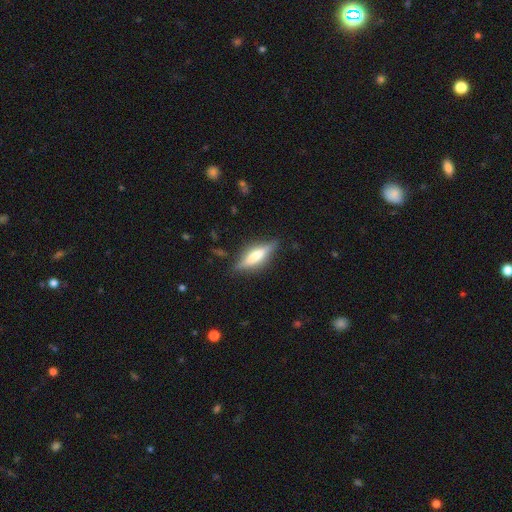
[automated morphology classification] Overall: featured or disk (57%; smooth 36%). Edge-on disk: yes (92%). Edge-on bulge: rounded (65%; boxy 25%). Merging: none (82%).